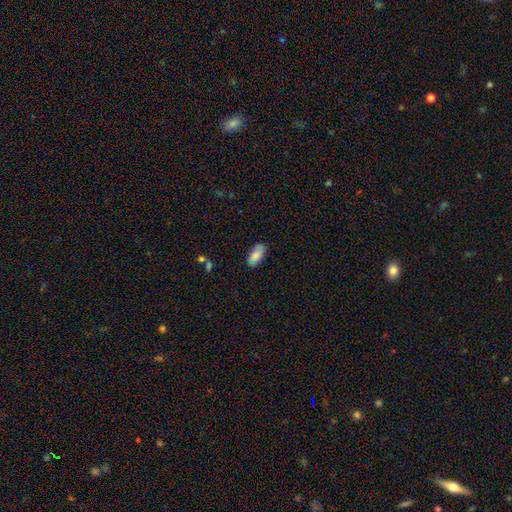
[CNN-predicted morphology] smooth_or_featured: smooth (p=0.81) [alt: featured or disk p=0.12]
how_rounded: in between (p=0.91) [alt: cigar-shaped p=0.07]
merging: none (p=0.77) [alt: minor disturbance p=0.18]